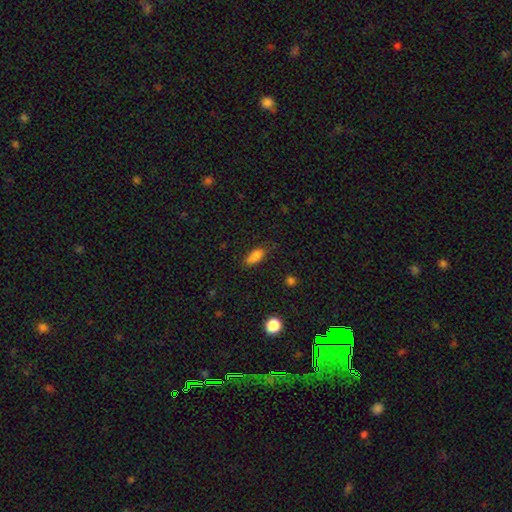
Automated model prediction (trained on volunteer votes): Q: Smooth or featured?
A: smooth (82%); runner-up: star or artifact (10%)
Q: How rounded?
A: in between (81%); runner-up: cigar-shaped (15%)
Q: Merging?
A: none (68%); runner-up: minor disturbance (24%)